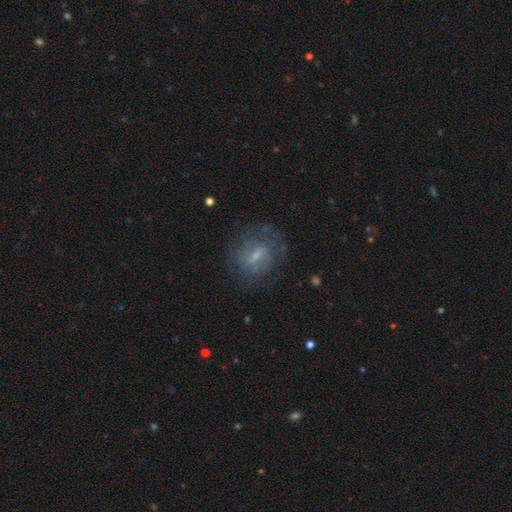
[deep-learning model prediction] This is possibly a featured or disk galaxy (58%). It is clearly not viewed edge-on (95%). Bar: possibly weak (57%). Spiral arm pattern: likely yes (70%). Central bulge: possibly small (50%). Merging: likely none (67%).